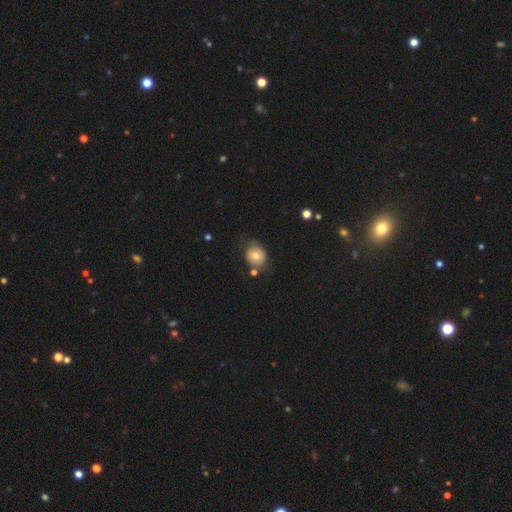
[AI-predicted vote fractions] Overall: smooth (71%). How rounded: round (69%; in between 30%). Merging: none (64%).